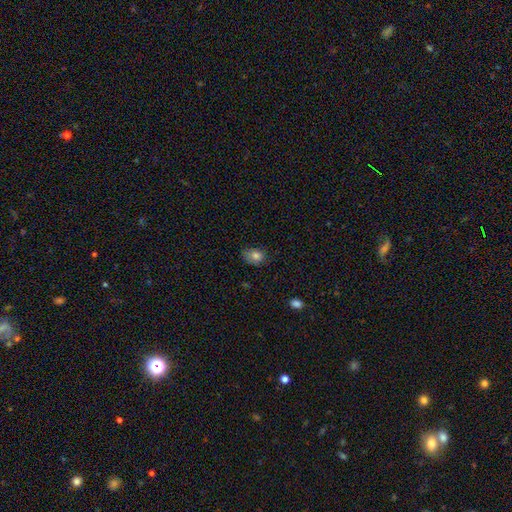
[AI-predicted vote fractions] Smooth or featured? smooth (80%)
How rounded? in between (66%)
Merging? none (60%)